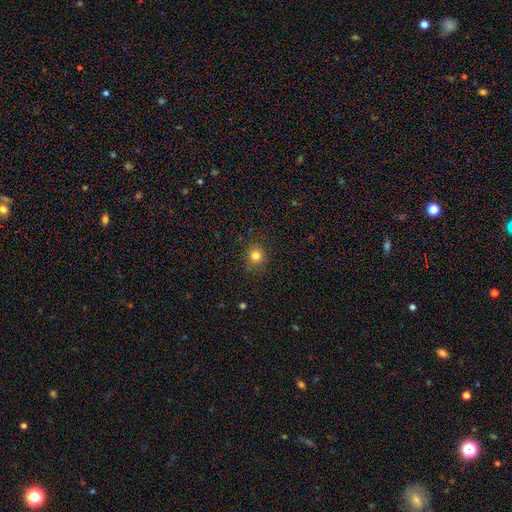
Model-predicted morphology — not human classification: This is clearly a smooth galaxy (80%). How rounded: clearly round (88%). Merging: clearly none (88%).